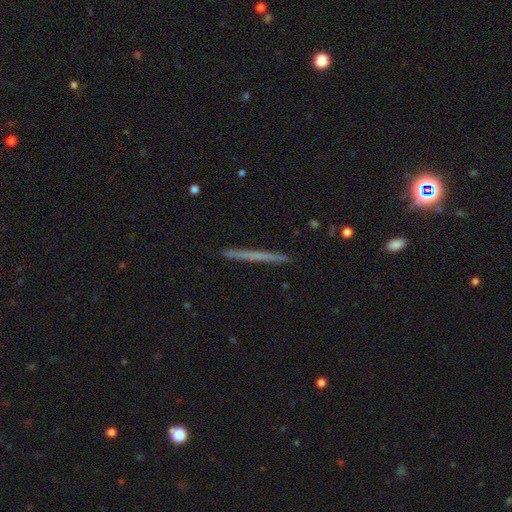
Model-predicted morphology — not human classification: featured or disk 47%, smooth 45%, star or artifact 8%. Down the decision tree: merging — none (92%).